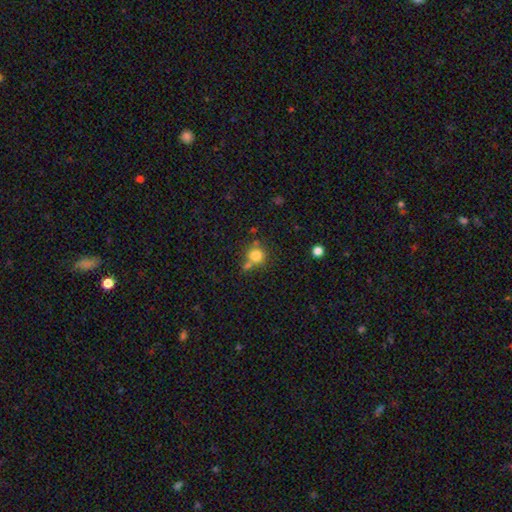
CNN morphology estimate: Smooth or featured?
  - smooth: 79% *
  - star or artifact: 12%
  - featured or disk: 9%
How rounded?
  - round: 90% *
  - in between: 9%
  - cigar-shaped: 1%
Merging?
  - none: 58% *
  - merger: 23%
  - minor disturbance: 13%
  - major disturbance: 5%